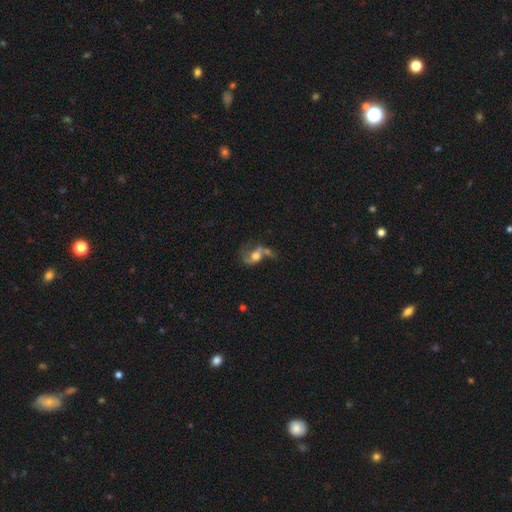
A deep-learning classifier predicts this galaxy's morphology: featured or disk 58%, smooth 31%, star or artifact 11%. Down the decision tree: edge-on disk — no (95%); bar — no (62%); spiral arms — yes (73%); bulge size — moderate (48%); merging — merger (41%).